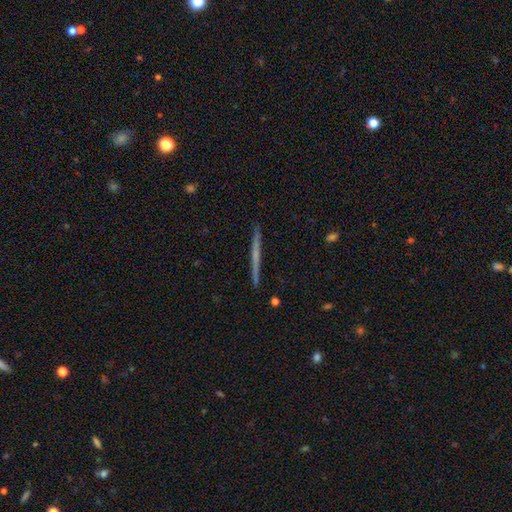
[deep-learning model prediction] This appears to be a featured or disk galaxy (57%) viewed edge-on (98%) with no central bulge (81%). Merging: none (92%).